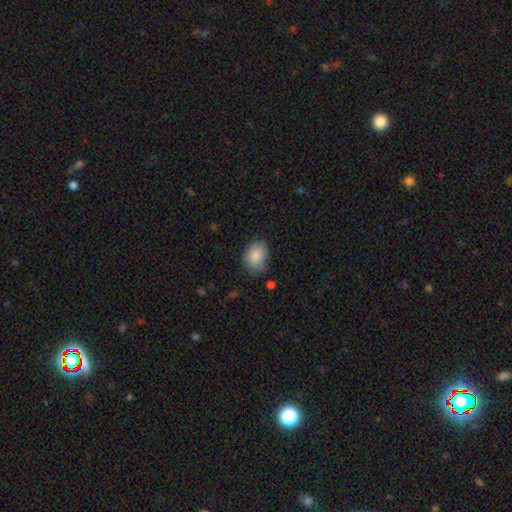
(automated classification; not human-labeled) Smooth or featured? smooth (86%)
How rounded? in between (55%)
Merging? none (68%)